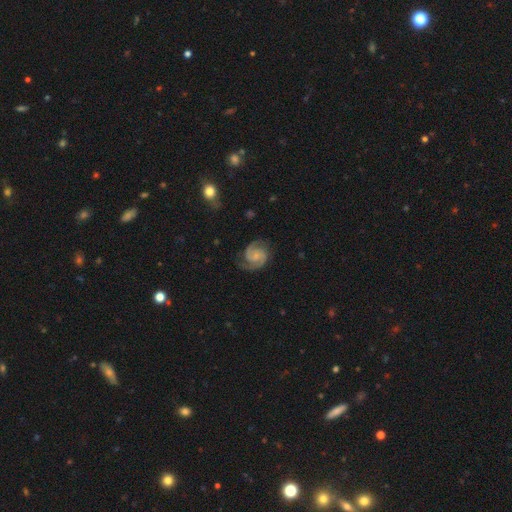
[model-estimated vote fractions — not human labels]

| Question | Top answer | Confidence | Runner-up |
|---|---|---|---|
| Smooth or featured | featured or disk | 89% | smooth (6%) |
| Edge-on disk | no | 98% | yes (2%) |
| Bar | no | 56% | weak (37%) |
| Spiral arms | yes | 98% | no (2%) |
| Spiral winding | medium | 52% | tight (38%) |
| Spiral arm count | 2 | 92% | can't tell (2%) |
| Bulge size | small | 53% | none (24%) |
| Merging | none | 78% | minor disturbance (15%) |